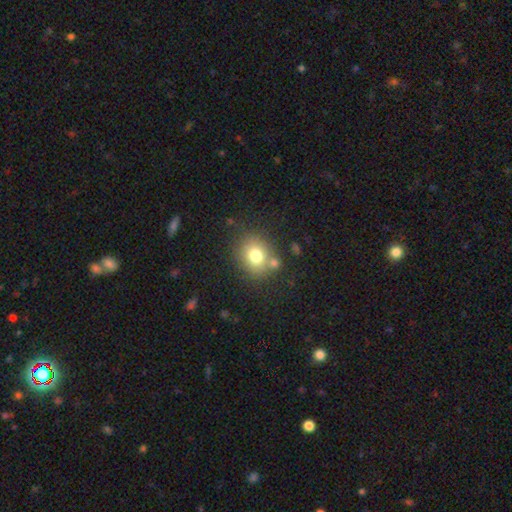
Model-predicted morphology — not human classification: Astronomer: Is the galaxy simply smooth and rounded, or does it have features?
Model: smooth — 75%.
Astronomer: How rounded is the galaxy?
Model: round — 69%.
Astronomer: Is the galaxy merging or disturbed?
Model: none — 72%.